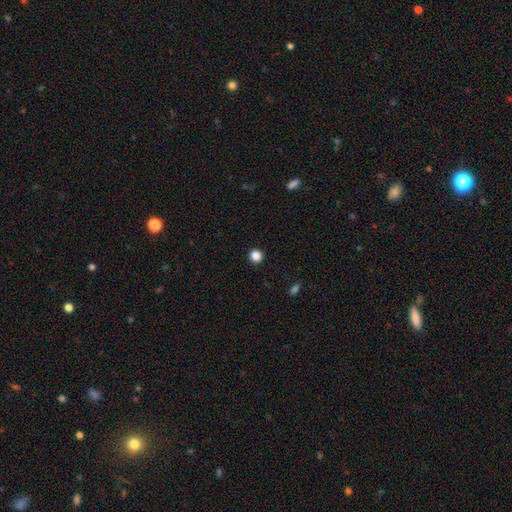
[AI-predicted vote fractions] smooth_or_featured: smooth (p=0.85) [alt: star or artifact p=0.12]
how_rounded: round (p=0.93) [alt: in between p=0.06]
merging: none (p=0.93) [alt: minor disturbance p=0.04]